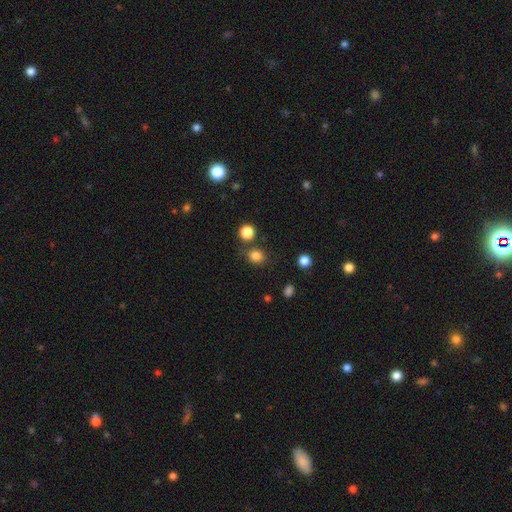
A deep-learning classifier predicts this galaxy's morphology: The model was most divided on "how rounded": round: 75%, in between: 24%, cigar-shaped: 1%. More confident: smooth or featured — smooth (82%); merging — none (75%).